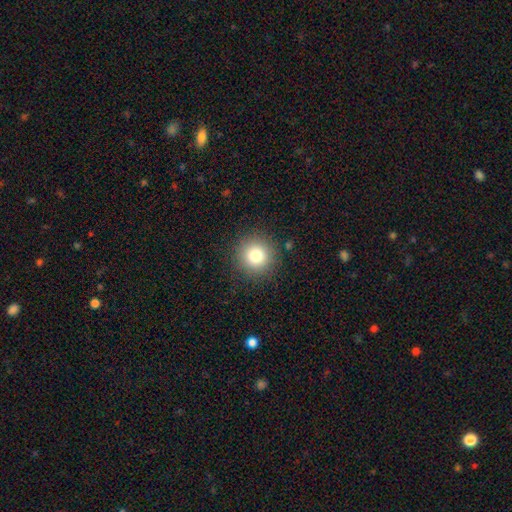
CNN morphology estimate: This appears to be a smooth galaxy with no disk features (79%) that is round (95%). Merging: none (90%).